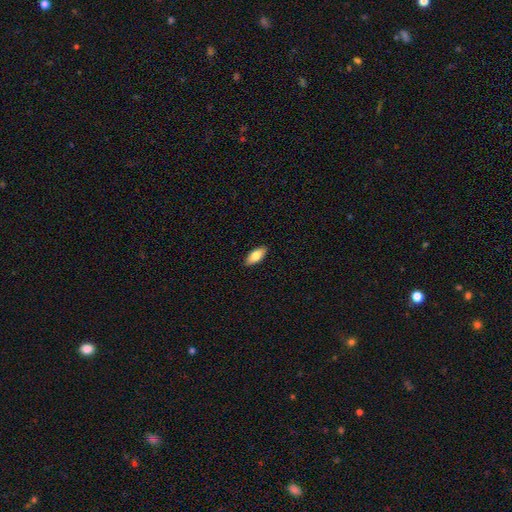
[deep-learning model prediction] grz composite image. It shows a smooth galaxy with no disk features (80%) that is in between round and cigar-shaped (87%). Merging: none (90%).